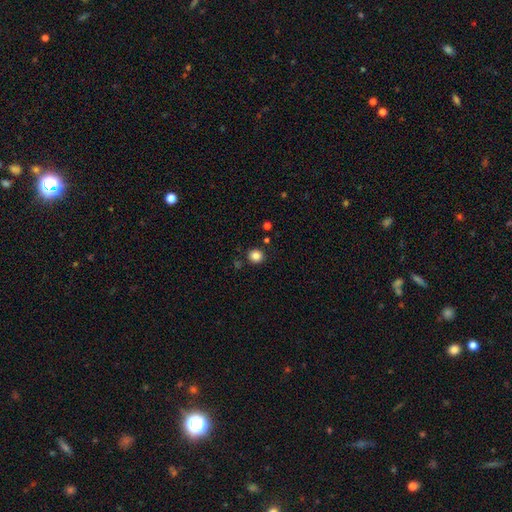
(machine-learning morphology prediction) Smooth or featured? smooth (84%)
How rounded? round (91%)
Merging? none (88%)